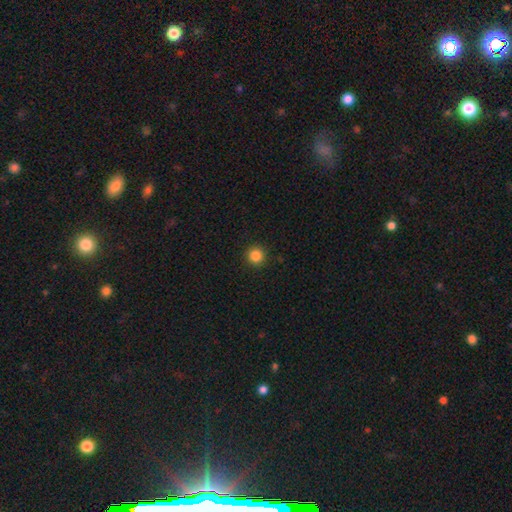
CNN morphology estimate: Smooth or featured? smooth (84%)
How rounded? round (96%)
Merging? none (93%)